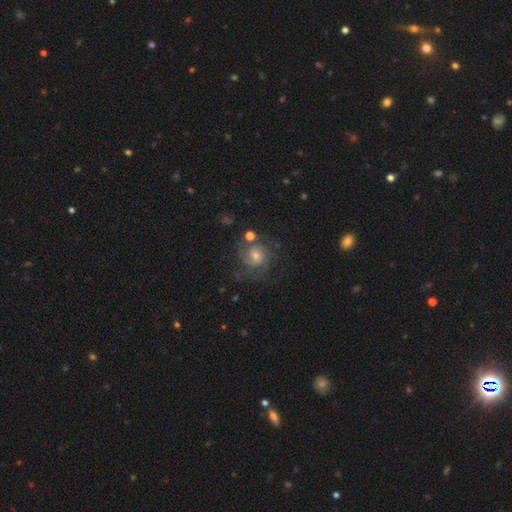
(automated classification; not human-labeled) A featured or disk galaxy (62%) with no bar (71%), 2 (41%) tight (46%) spiral arms (87%) and a moderate central bulge (53%). Merging: none (64%).